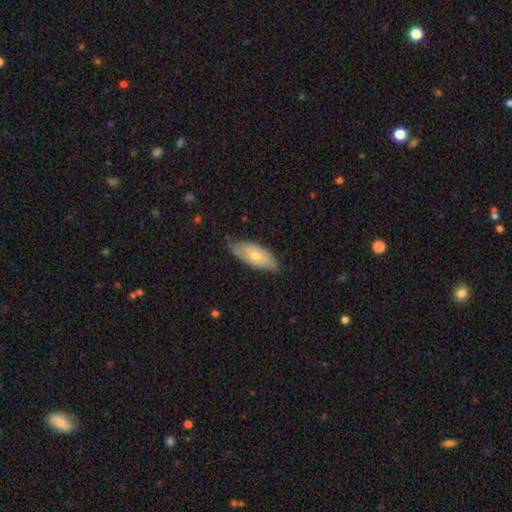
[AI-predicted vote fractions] smooth_or_featured: smooth (p=0.64) [alt: featured or disk p=0.31]
how_rounded: in between (p=0.85) [alt: cigar-shaped p=0.13]
merging: none (p=0.72) [alt: minor disturbance p=0.24]